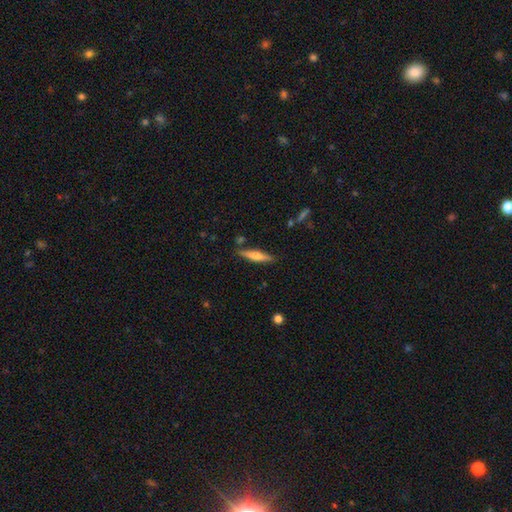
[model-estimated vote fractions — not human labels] The model was most divided on "smooth or featured": smooth: 52%, featured or disk: 42%, star or artifact: 6%. More confident: how rounded — cigar-shaped (84%); merging — none (84%).